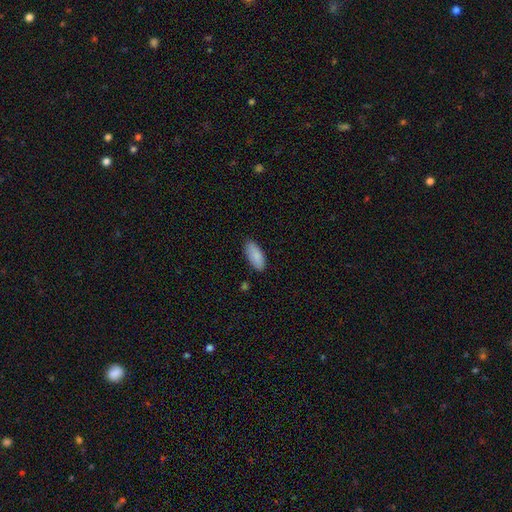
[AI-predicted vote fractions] Smooth or featured? Predicted: smooth (p=0.89). How rounded? Predicted: in between (p=0.87). Merging? Predicted: none (p=0.86).